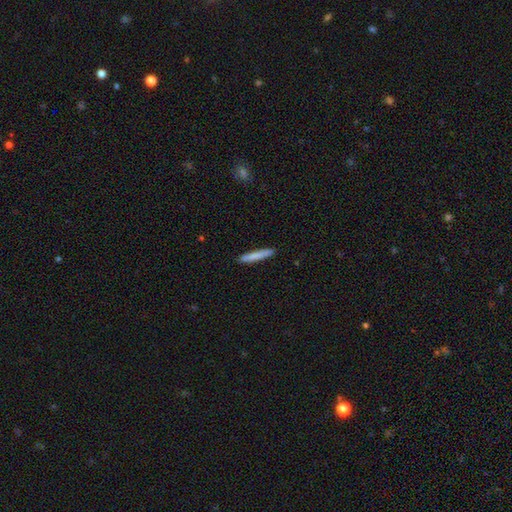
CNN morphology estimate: This appears to be a smooth galaxy with no disk features (80%) that is cigar-shaped (95%). Merging: none (91%).